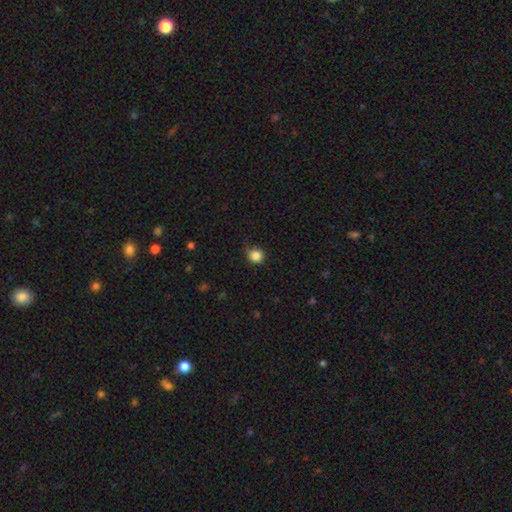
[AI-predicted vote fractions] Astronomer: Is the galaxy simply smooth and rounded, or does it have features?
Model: smooth — 85%.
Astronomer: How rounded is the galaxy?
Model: round — 88%.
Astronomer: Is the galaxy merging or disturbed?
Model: none — 70%.